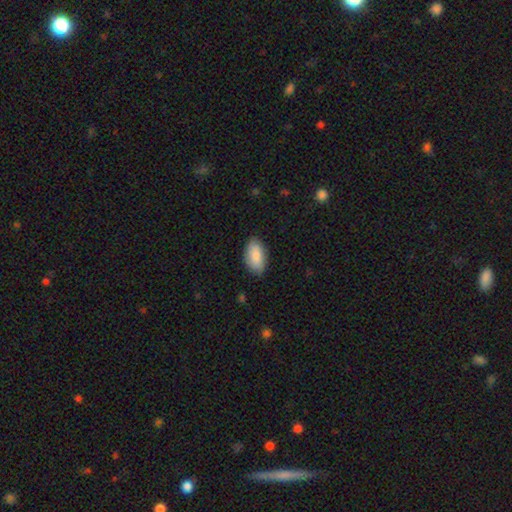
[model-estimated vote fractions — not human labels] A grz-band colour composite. It shows a smooth galaxy with no disk features (86%) that is in between round and cigar-shaped (94%). Merging: none (82%).